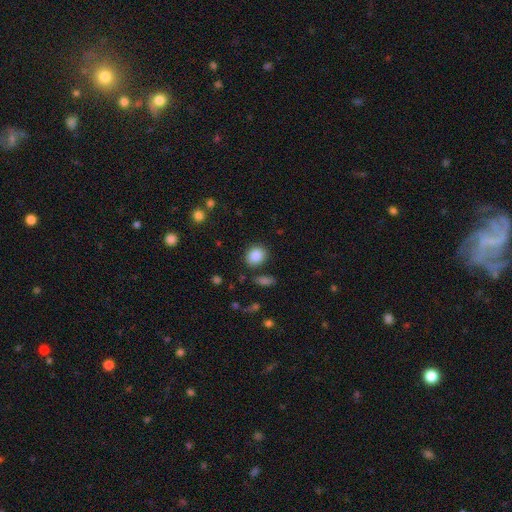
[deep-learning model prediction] Smooth or featured? Predicted: smooth (p=0.87). How rounded? Predicted: round (p=0.56). Merging? Predicted: none (p=0.76).